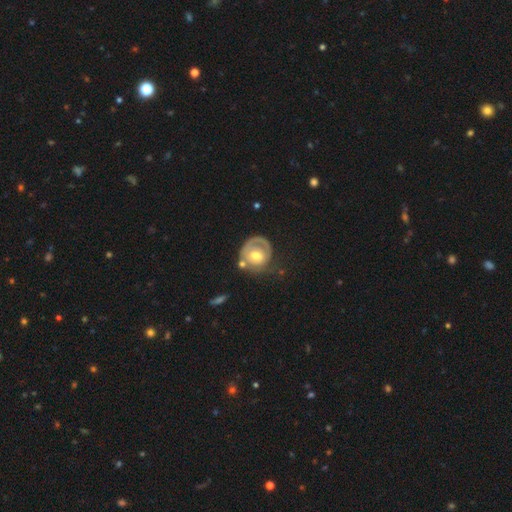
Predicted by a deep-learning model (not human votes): Smooth or featured?
  - featured or disk: 65% *
  - smooth: 30%
  - star or artifact: 5%
Edge-on disk?
  - no: 97% *
  - yes: 3%
Bar?
  - no: 72% *
  - weak: 23%
  - strong: 5%
Spiral arms?
  - yes: 64% *
  - no: 36%
Bulge size?
  - moderate: 69% *
  - small: 18%
  - large: 10%
  - none: 2%
  - dominant: 1%
Merging?
  - none: 50% *
  - minor disturbance: 22%
  - major disturbance: 18%
  - merger: 9%